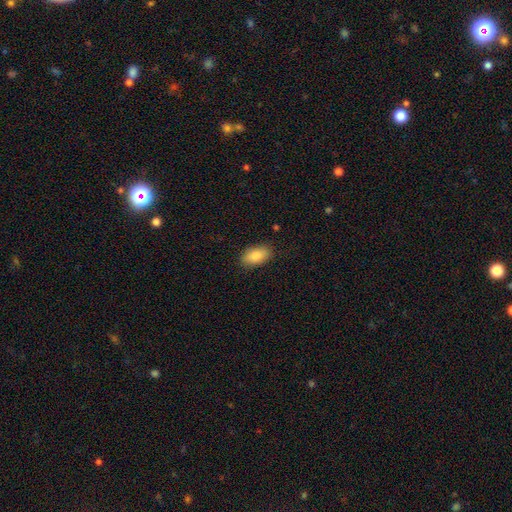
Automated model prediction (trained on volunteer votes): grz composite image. It shows a smooth galaxy with no disk features (86%) that is in between round and cigar-shaped (91%). Merging: none (86%).